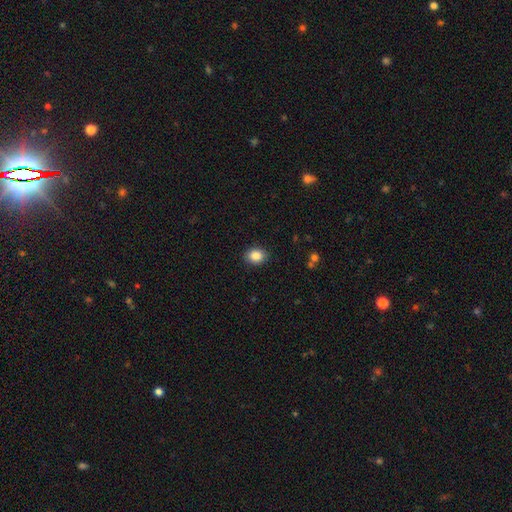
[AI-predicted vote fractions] smooth-or-featured: smooth: 87% | star or artifact: 9% | featured or disk: 5%
  how-rounded: in between: 53% | round: 46% | cigar-shaped: 1%
  merging: none: 89% | minor disturbance: 8% | major disturbance: 2% | merger: 1%